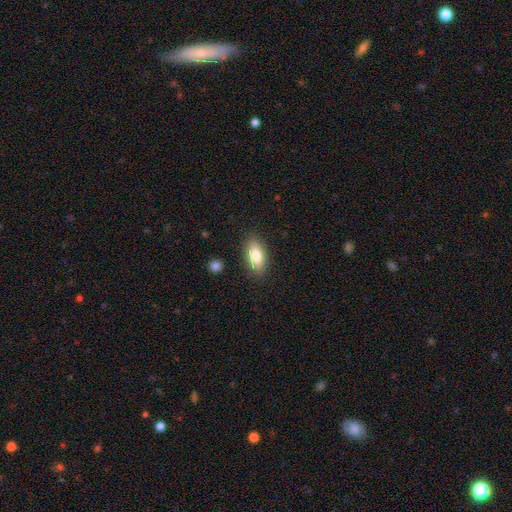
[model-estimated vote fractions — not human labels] smooth-or-featured: smooth: 80% | featured or disk: 13% | star or artifact: 7%
  how-rounded: in between: 88% | cigar-shaped: 8% | round: 4%
  merging: none: 85% | minor disturbance: 10% | major disturbance: 3% | merger: 2%